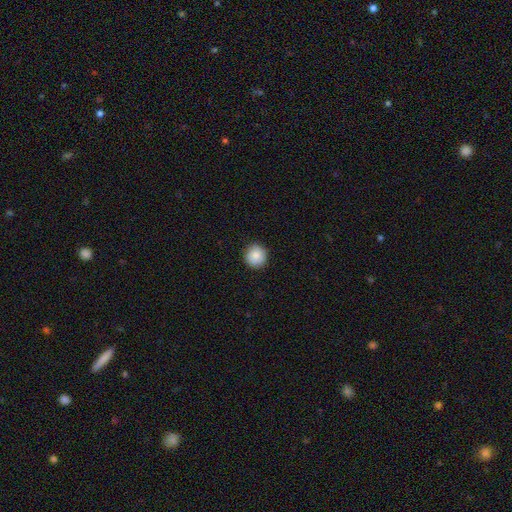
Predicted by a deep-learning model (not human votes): smooth 85%, star or artifact 8%, featured or disk 7%. Down the decision tree: how rounded — round (93%); merging — none (88%).